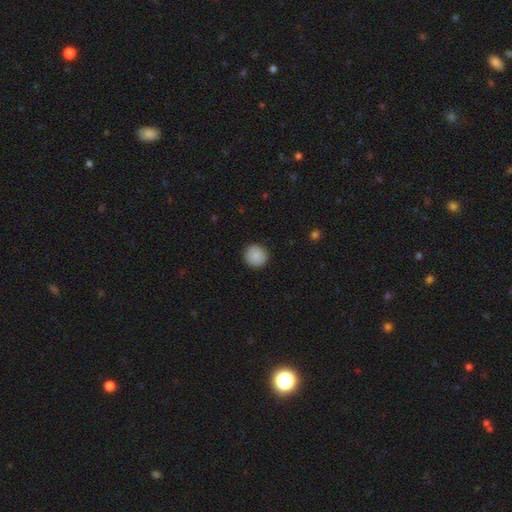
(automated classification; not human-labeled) A smooth galaxy with no disk features (89%) that is round (94%). Merging: none (91%).